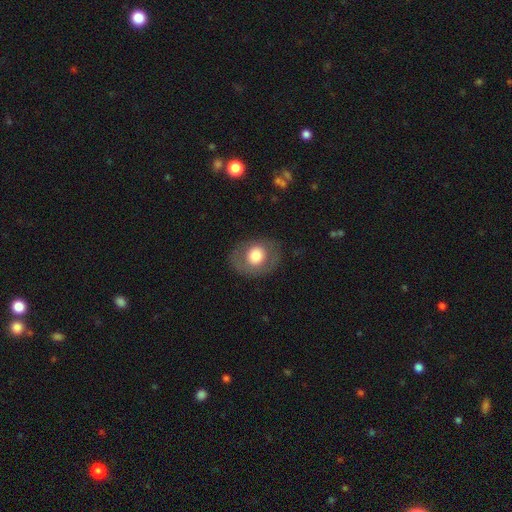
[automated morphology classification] This is likely a smooth galaxy (64%). How rounded: possibly round (58%). Merging: likely none (79%).